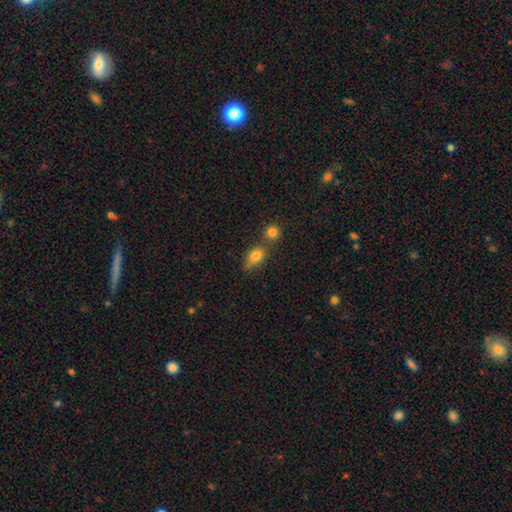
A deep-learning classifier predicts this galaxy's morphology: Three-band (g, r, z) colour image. It shows a smooth galaxy with no disk features (81%) that is in between round and cigar-shaped (75%). Merging: none (51%).